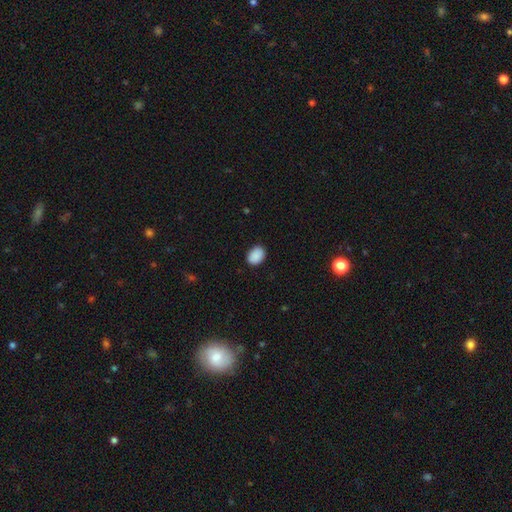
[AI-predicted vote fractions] smooth 90%, star or artifact 8%, featured or disk 3%. Down the decision tree: how rounded — in between (71%); merging — none (87%).